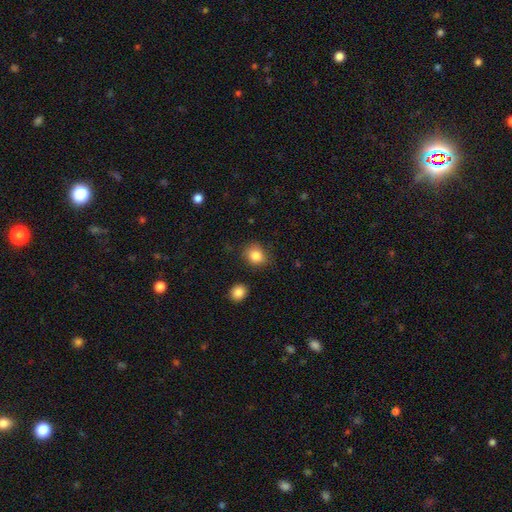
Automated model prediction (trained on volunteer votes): Q: Smooth or featured?
A: smooth (84%); runner-up: star or artifact (10%)
Q: How rounded?
A: round (64%); runner-up: in between (35%)
Q: Merging?
A: none (80%); runner-up: minor disturbance (14%)